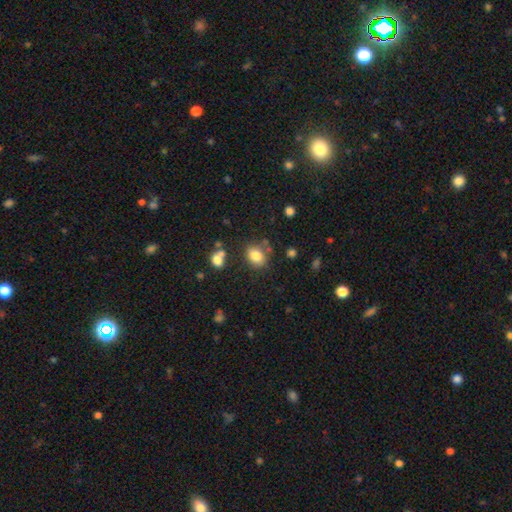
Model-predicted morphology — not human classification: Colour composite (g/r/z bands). It shows a smooth galaxy with no disk features (81%) that is round (50%). Merging: none (72%).